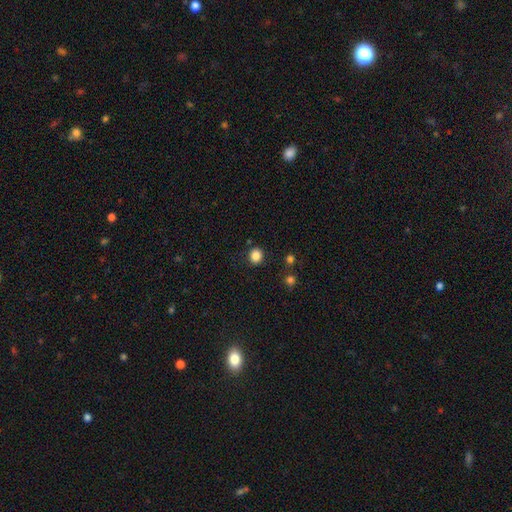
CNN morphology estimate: Smooth or featured? smooth (85%)
How rounded? round (79%)
Merging? none (87%)